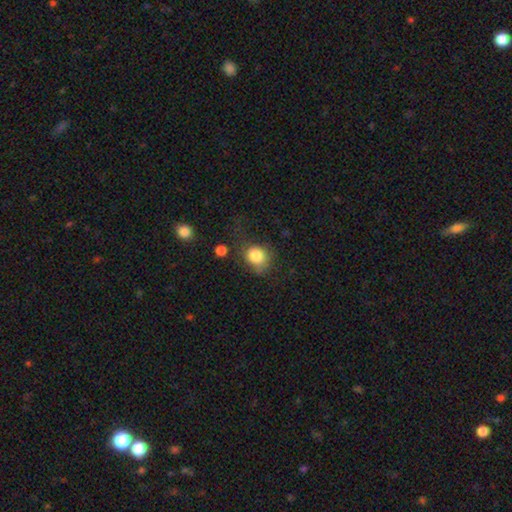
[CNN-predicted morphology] The model was most divided on "merging": none: 52%, minor disturbance: 27%, major disturbance: 16%, merger: 5%. More confident: smooth or featured — smooth (83%); how rounded — round (68%).